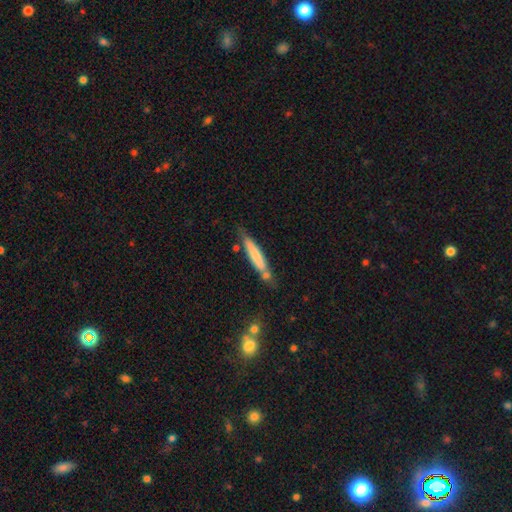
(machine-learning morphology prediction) Smooth or featured: smooth — 71% (featured or disk — 23%)
How rounded: cigar-shaped — 91% (in between — 8%)
Merging: none — 62% (minor disturbance — 20%)